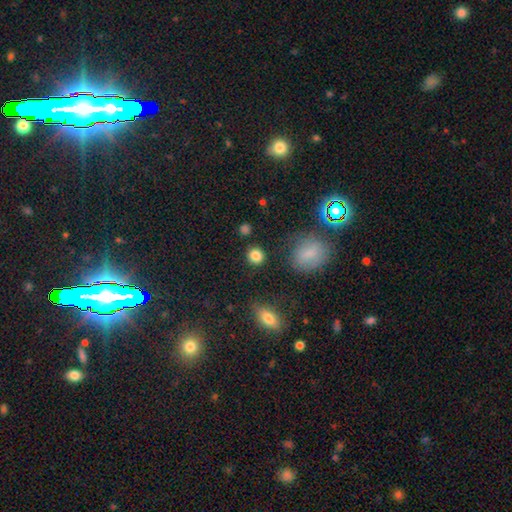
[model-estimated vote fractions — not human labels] smooth-or-featured: smooth: 85% | star or artifact: 10% | featured or disk: 5%
  how-rounded: round: 85% | in between: 14% | cigar-shaped: 1%
  merging: none: 86% | minor disturbance: 8% | merger: 3% | major disturbance: 3%